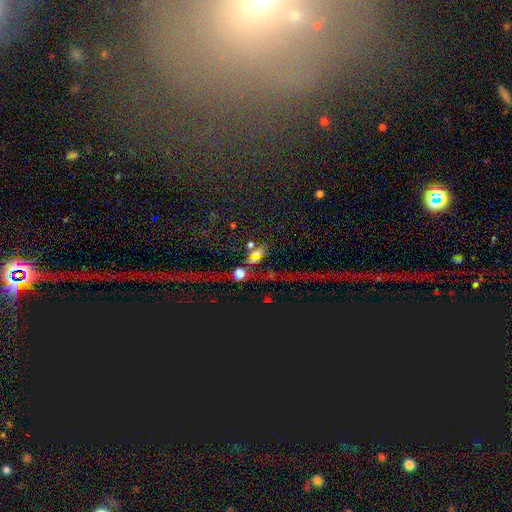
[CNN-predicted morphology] A star or artifact, not a galaxy (54%).

Vote fractions:
- Smooth or featured? star or artifact: 54% / smooth: 33% / featured or disk: 13%